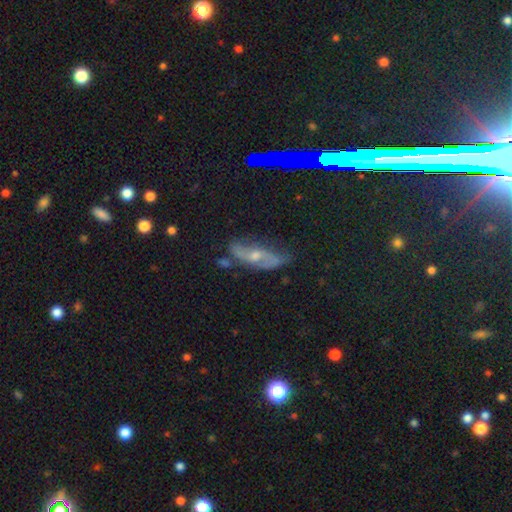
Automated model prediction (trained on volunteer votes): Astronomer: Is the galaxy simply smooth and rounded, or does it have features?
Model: featured or disk — 61%.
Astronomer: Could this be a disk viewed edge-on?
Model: no — 79%.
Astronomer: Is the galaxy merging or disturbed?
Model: none — 60%.